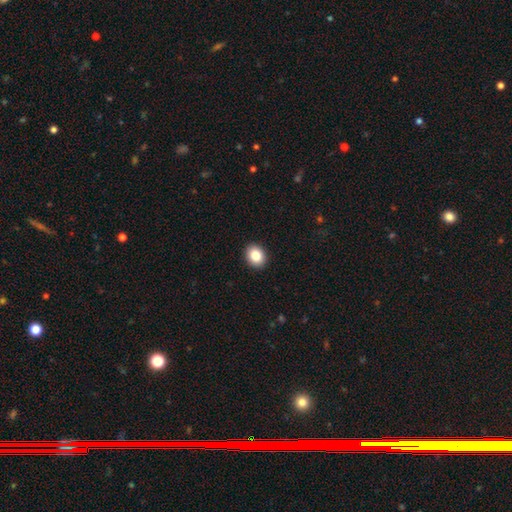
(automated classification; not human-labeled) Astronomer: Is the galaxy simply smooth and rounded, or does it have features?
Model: smooth — 86%.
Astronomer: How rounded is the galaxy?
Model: round — 50% (runner-up: in between, 49%).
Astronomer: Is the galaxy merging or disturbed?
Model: none — 92%.